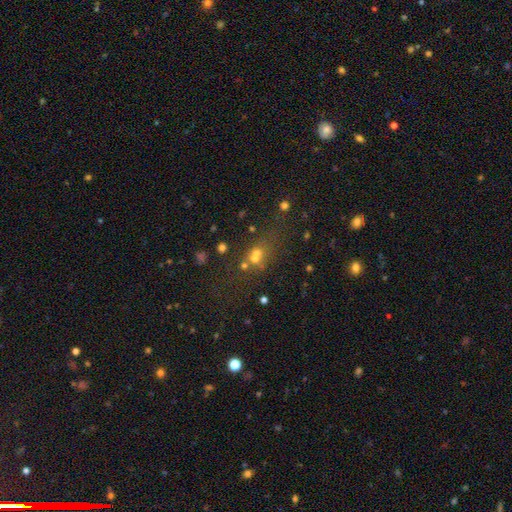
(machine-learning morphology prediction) Q: Smooth or featured?
A: smooth (49%); runner-up: star or artifact (33%)
Q: Merging?
A: none (43%); runner-up: merger (39%)